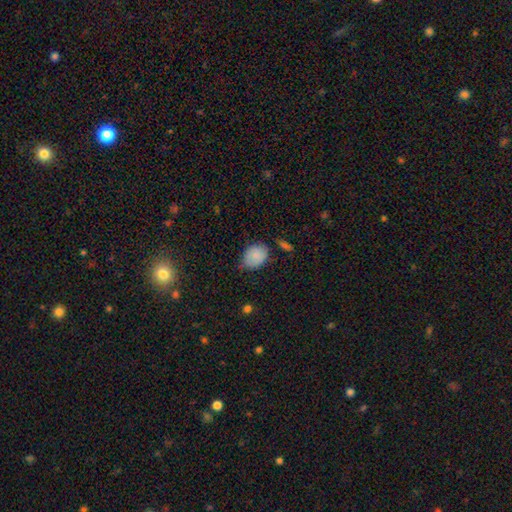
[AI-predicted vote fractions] A smooth galaxy with no disk features (85%) that is in between round and cigar-shaped (61%).

Vote fractions:
- Smooth or featured? smooth: 85% / star or artifact: 8% / featured or disk: 6%
- How rounded? in between: 61% / round: 38% / cigar-shaped: 1%
- Merging? none: 62% / minor disturbance: 29% / major disturbance: 5% / merger: 4%